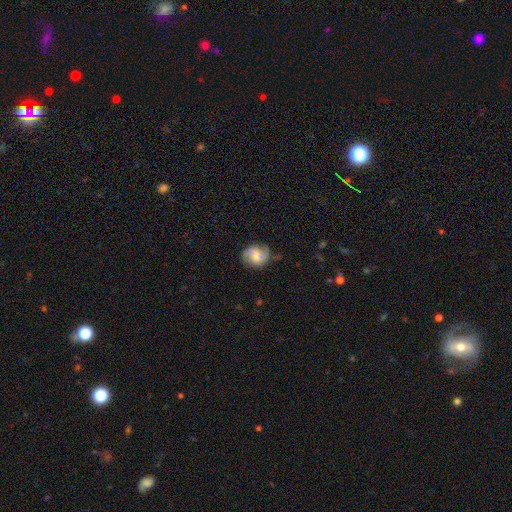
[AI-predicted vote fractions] The model was most divided on "bar": no: 45%, weak: 43%, strong: 12%. Remaining: edge-on disk — no (97%); spiral arms — yes (86%); merging — none (67%); smooth or featured — featured or disk (53%); bulge size — moderate (48%).